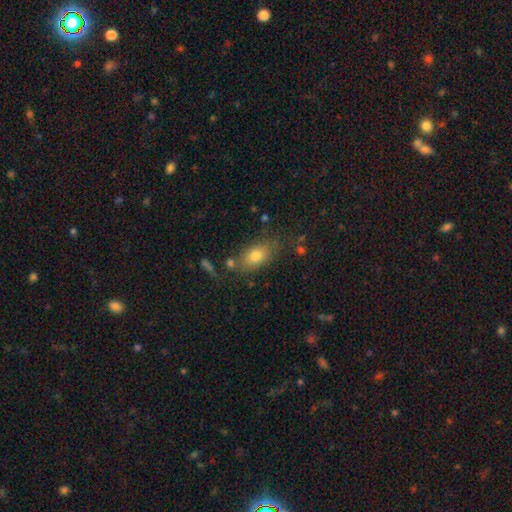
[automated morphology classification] Smooth or featured: smooth — 76% (featured or disk — 14%)
How rounded: in between — 82% (round — 14%)
Merging: none — 72% (minor disturbance — 15%)